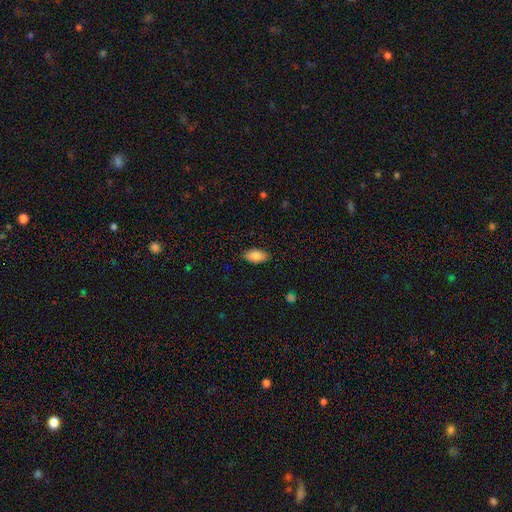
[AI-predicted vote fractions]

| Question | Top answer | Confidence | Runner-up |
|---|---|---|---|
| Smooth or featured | smooth | 84% | featured or disk (9%) |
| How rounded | in between | 93% | cigar-shaped (4%) |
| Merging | none | 87% | minor disturbance (10%) |